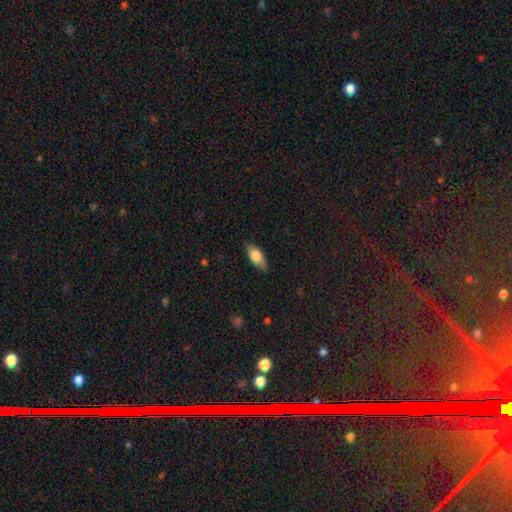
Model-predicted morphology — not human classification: This is likely a smooth galaxy (69%). How rounded: likely in between (79%). Merging: clearly none (83%).